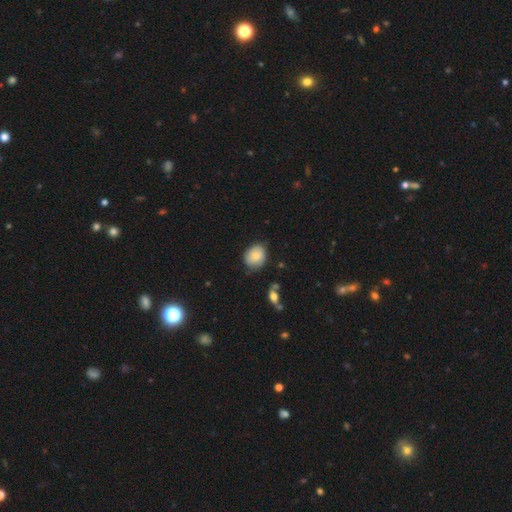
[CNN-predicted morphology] The model was most divided on "how rounded": round: 58%, in between: 42%, cigar-shaped: 1%. More confident: smooth or featured — smooth (75%); merging — none (68%).